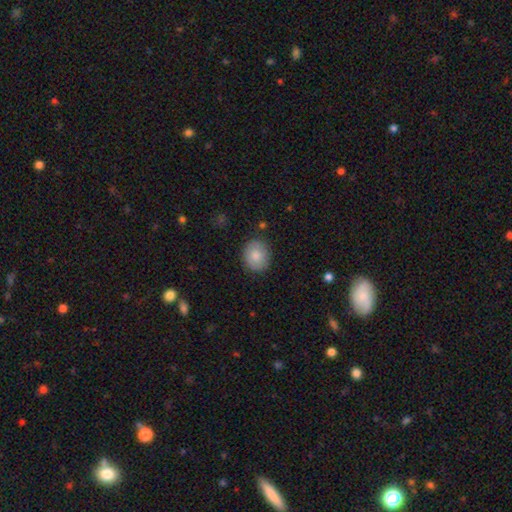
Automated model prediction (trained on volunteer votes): Smooth or featured? smooth (81%)
How rounded? round (63%)
Merging? none (85%)